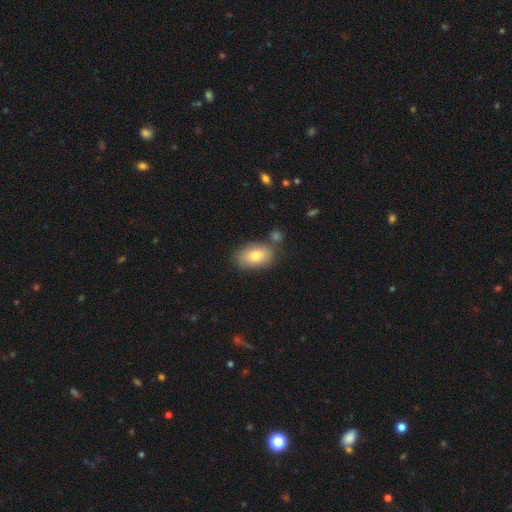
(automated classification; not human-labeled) Q: Smooth or featured?
A: smooth (79%); runner-up: featured or disk (14%)
Q: How rounded?
A: in between (91%); runner-up: round (7%)
Q: Merging?
A: none (71%); runner-up: minor disturbance (14%)